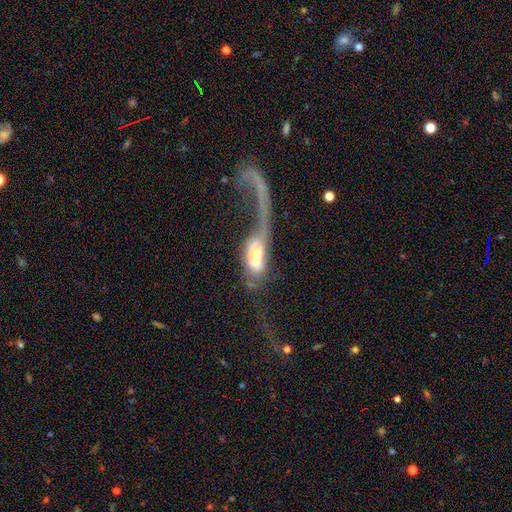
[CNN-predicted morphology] featured or disk 50%, smooth 41%, star or artifact 9%. Down the decision tree: merging — major disturbance (49%).